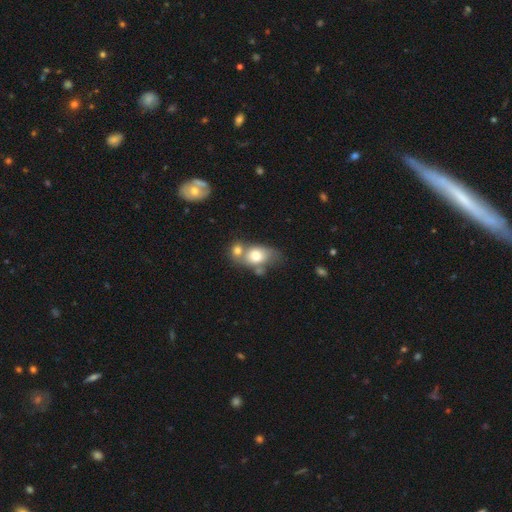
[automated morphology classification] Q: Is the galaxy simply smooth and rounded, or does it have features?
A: smooth — 72%.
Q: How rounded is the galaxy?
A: in between — 74%.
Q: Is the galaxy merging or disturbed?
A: merger — 55%.